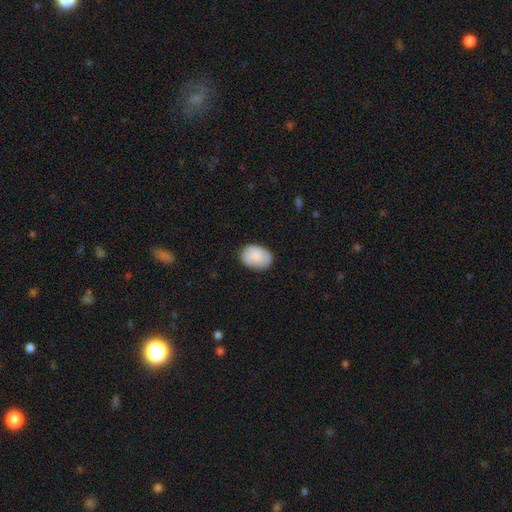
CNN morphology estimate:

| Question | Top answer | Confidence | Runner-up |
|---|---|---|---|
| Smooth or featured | smooth | 85% | featured or disk (9%) |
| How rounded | in between | 79% | round (20%) |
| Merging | none | 82% | minor disturbance (15%) |